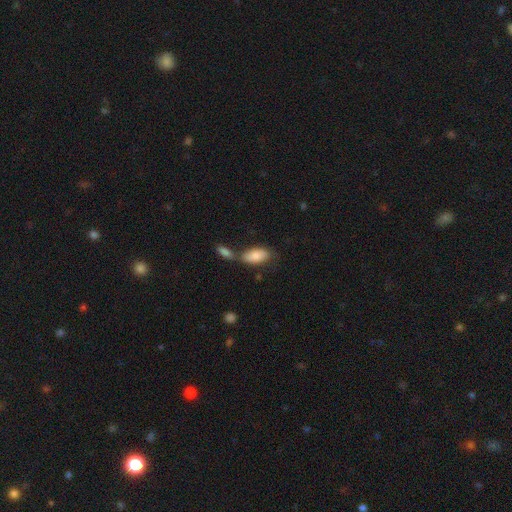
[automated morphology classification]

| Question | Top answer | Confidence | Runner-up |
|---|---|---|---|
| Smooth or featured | smooth | 82% | featured or disk (12%) |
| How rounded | in between | 92% | cigar-shaped (5%) |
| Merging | none | 46% | merger (35%) |